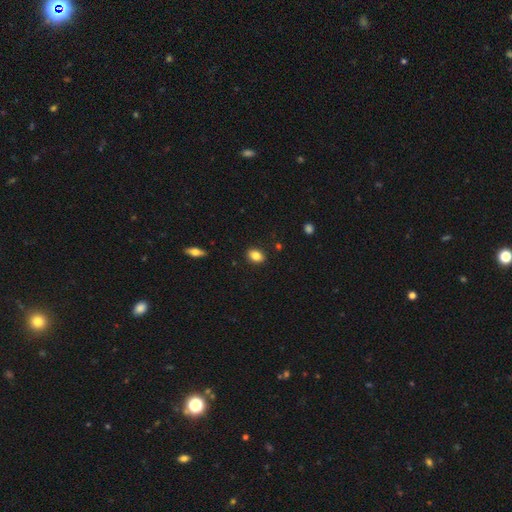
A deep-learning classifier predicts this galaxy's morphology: Smooth or featured? smooth (83%)
How rounded? in between (76%)
Merging? none (89%)